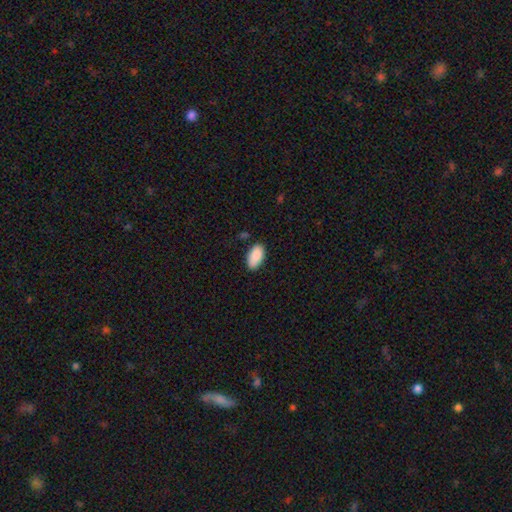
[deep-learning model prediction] A smooth galaxy with no disk features (90%) that is in between round and cigar-shaped (94%).

Vote fractions:
- Smooth or featured? smooth: 90% / star or artifact: 6% / featured or disk: 4%
- How rounded? in between: 94% / cigar-shaped: 3% / round: 2%
- Merging? none: 83% / minor disturbance: 13% / major disturbance: 2% / merger: 2%